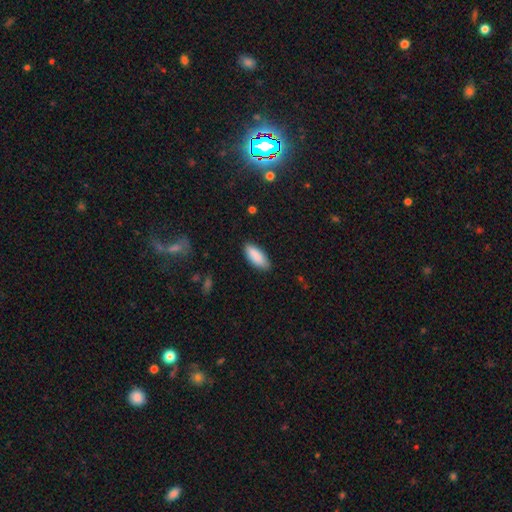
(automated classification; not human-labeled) Smooth or featured? smooth (89%)
How rounded? in between (83%)
Merging? none (84%)